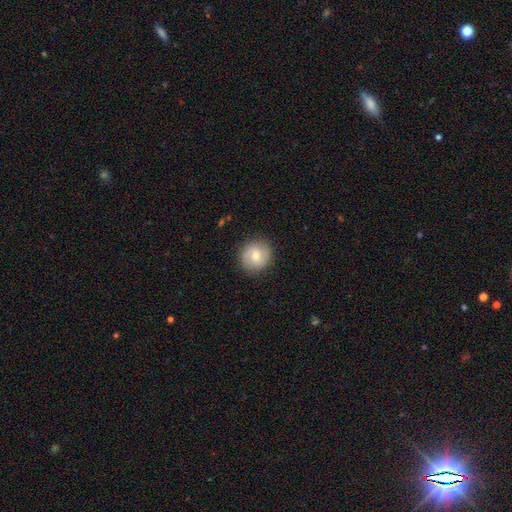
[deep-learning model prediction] Smooth or featured: smooth — 57% (featured or disk — 36%)
How rounded: round — 91% (in between — 8%)
Merging: none — 88% (minor disturbance — 9%)